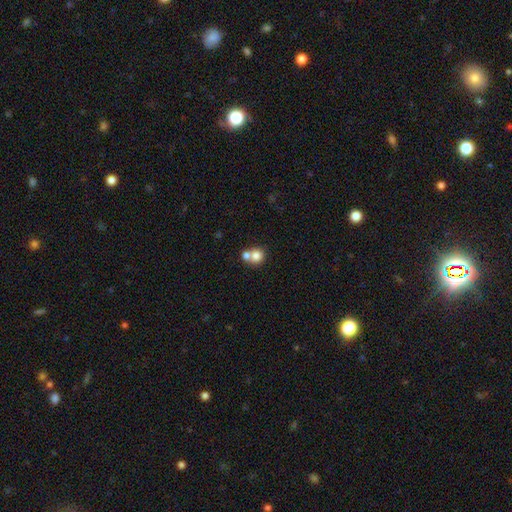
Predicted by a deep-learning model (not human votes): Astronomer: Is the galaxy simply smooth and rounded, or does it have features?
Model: smooth — 78%.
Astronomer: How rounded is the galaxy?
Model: round — 85%.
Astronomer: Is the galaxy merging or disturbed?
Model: merger — 52% (runner-up: none, 40%).